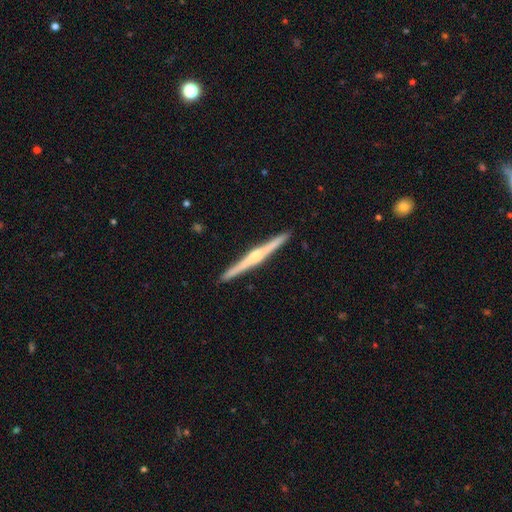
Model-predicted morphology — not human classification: smooth-or-featured: featured or disk: 80% | smooth: 15% | star or artifact: 5%
  disk-edge-on: yes: 99% | no: 1%
    edge-on-bulge: rounded: 82% | none: 9% | boxy: 8%
  merging: none: 93% | minor disturbance: 5% | major disturbance: 1% | merger: 1%